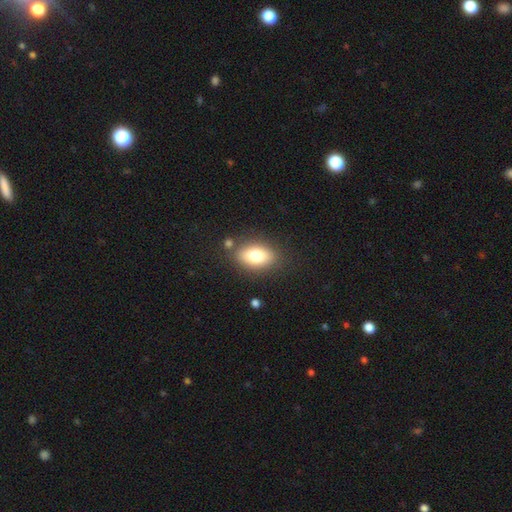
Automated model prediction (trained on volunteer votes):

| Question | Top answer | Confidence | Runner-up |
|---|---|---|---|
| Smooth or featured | smooth | 75% | featured or disk (16%) |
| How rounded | in between | 84% | round (13%) |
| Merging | none | 80% | minor disturbance (11%) |